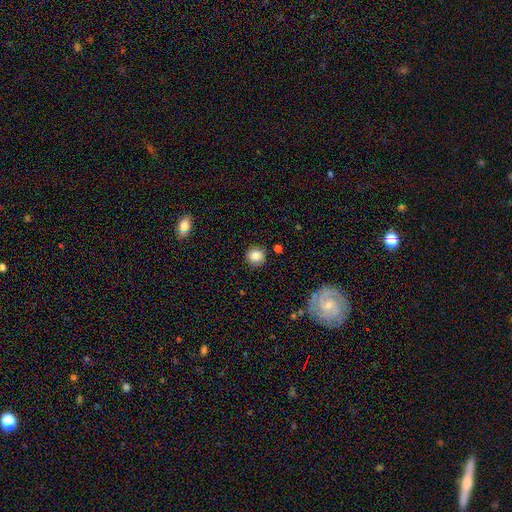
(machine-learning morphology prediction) smooth 84%, star or artifact 10%, featured or disk 6%. Down the decision tree: how rounded — round (91%); merging — none (88%).